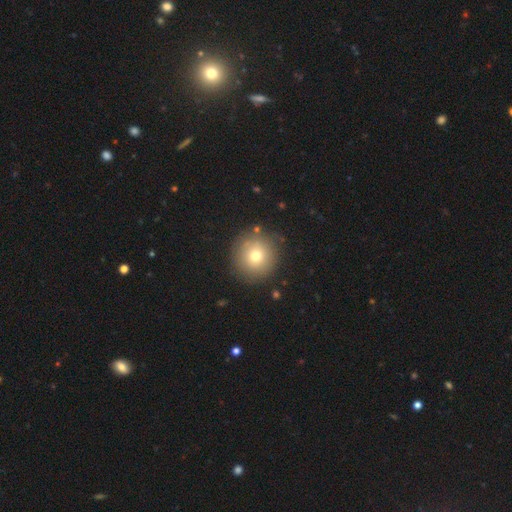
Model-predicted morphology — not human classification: A smooth galaxy with no disk features (74%) that is round (95%). Merging: none (87%).